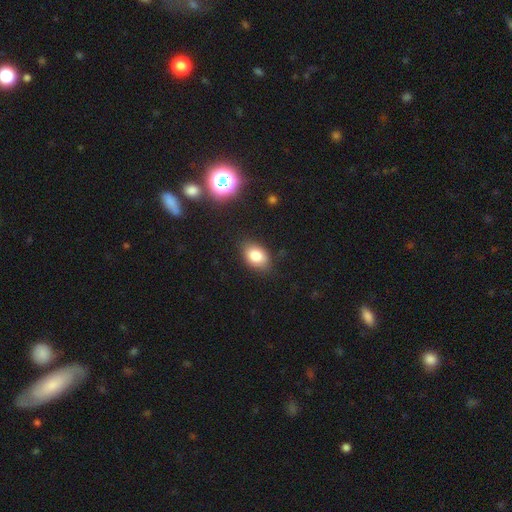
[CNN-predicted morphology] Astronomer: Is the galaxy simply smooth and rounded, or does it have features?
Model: smooth — 81%.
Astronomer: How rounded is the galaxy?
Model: in between — 80%.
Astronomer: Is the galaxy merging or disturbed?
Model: none — 82%.